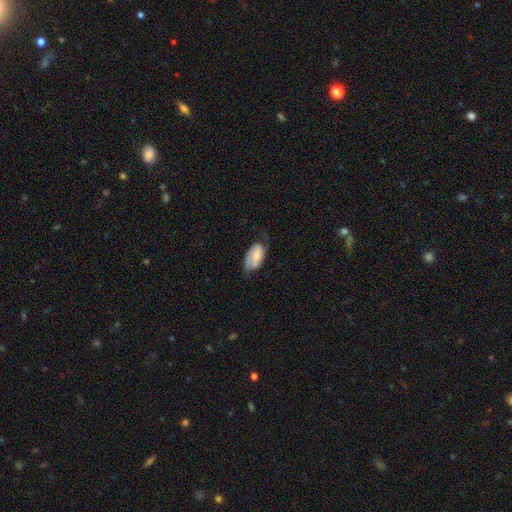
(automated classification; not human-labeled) Morphology: type=featured or disk (47%); merging=none (47%).